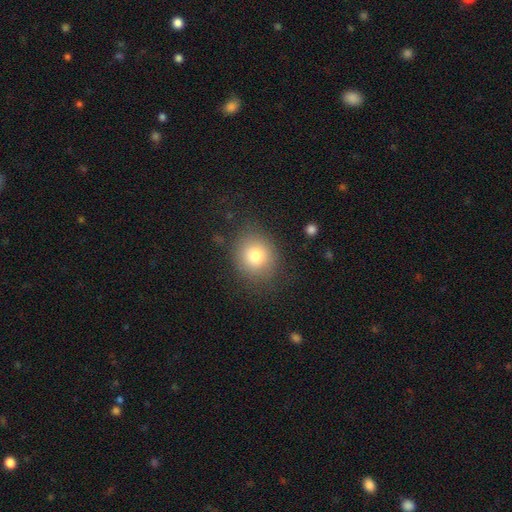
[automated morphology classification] smooth-or-featured: smooth: 76% | featured or disk: 12% | star or artifact: 12%
  how-rounded: round: 71% | in between: 28% | cigar-shaped: 1%
  merging: none: 80% | minor disturbance: 13% | major disturbance: 5% | merger: 1%